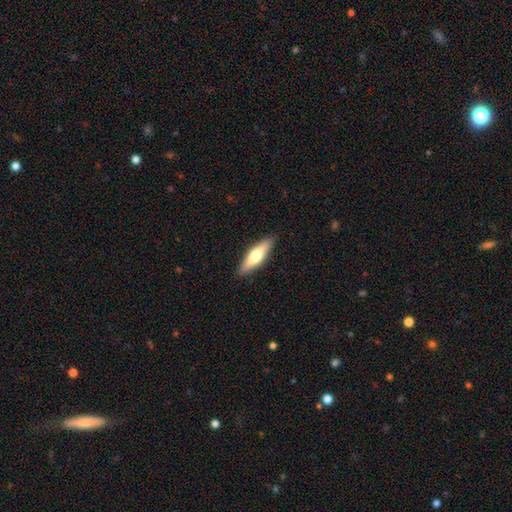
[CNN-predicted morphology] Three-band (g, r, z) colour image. It shows a smooth galaxy with no disk features (56%) that is cigar-shaped (59%). Merging: none (88%).